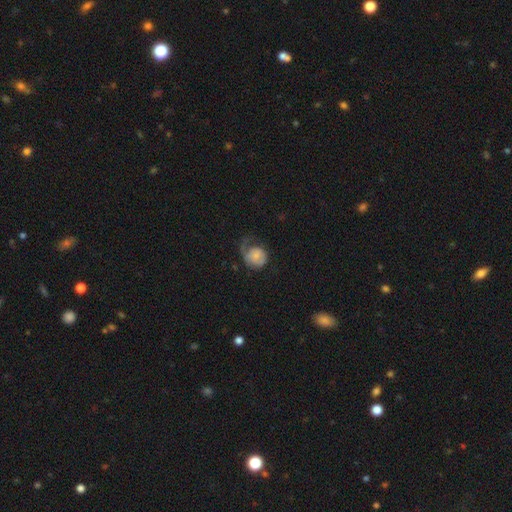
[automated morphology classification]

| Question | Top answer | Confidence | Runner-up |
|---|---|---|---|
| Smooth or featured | smooth | 56% | featured or disk (36%) |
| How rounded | round | 69% | in between (30%) |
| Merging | major disturbance | 43% | none (29%) |